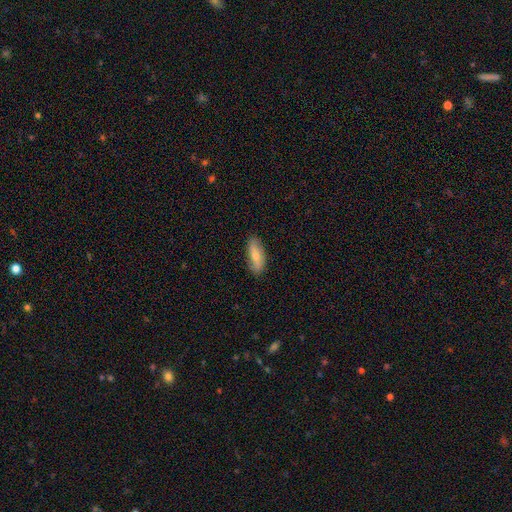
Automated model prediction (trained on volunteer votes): smooth-or-featured: smooth: 71% | featured or disk: 23% | star or artifact: 6%
  how-rounded: in between: 68% | cigar-shaped: 30% | round: 3%
  merging: none: 85% | minor disturbance: 12% | major disturbance: 2% | merger: 1%